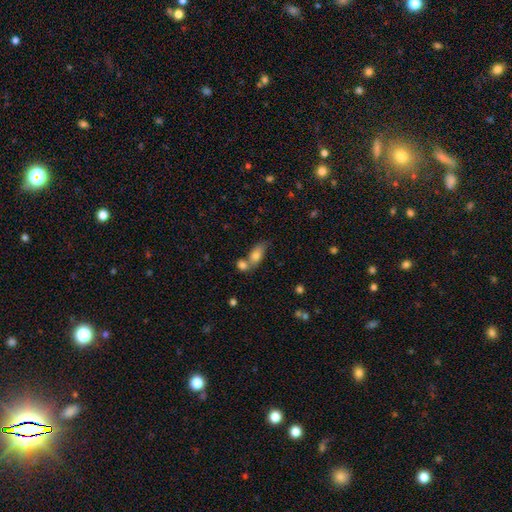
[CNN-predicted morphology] A smooth galaxy with no disk features (77%) that is in between round and cigar-shaped (82%). Merging: merger (48%).